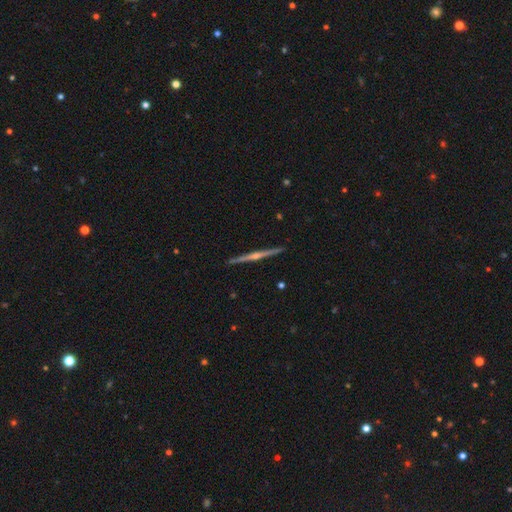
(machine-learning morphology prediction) Smooth or featured? Predicted: featured or disk (p=0.80). Edge-on disk? Predicted: yes (p=0.98). Edge-on bulge? Predicted: rounded (p=0.81). Merging? Predicted: none (p=0.91).